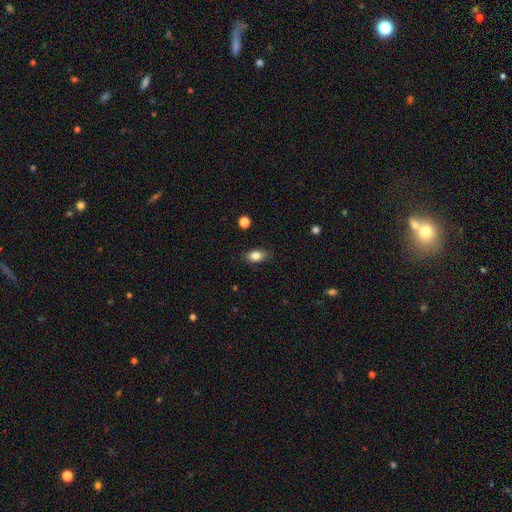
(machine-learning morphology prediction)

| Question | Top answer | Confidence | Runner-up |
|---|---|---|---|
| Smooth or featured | smooth | 82% | featured or disk (9%) |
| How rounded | in between | 84% | round (11%) |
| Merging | none | 82% | minor disturbance (14%) |